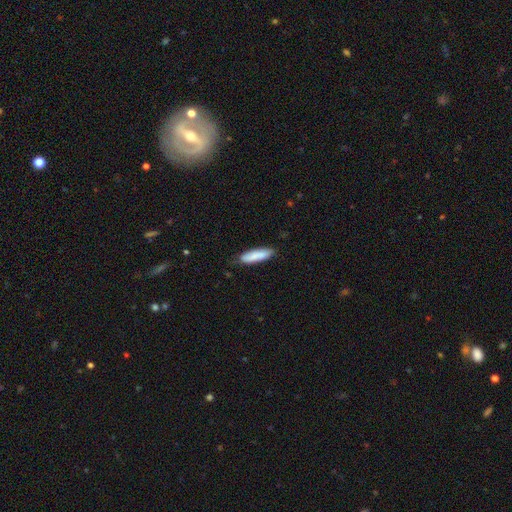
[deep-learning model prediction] Smooth or featured? smooth (83%)
How rounded? cigar-shaped (68%)
Merging? none (81%)